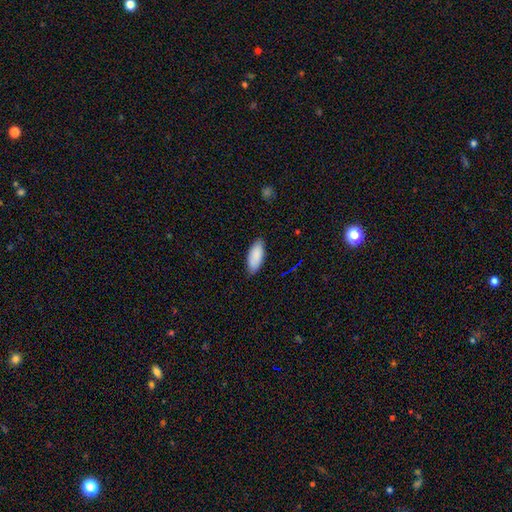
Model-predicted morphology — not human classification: type=smooth (89%); roundness=in between (87%); merging=none (85%).